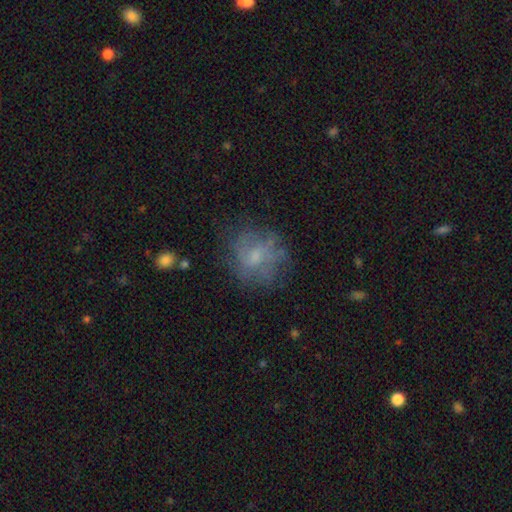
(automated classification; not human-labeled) A featured or disk galaxy (46%). Merging: none (65%).